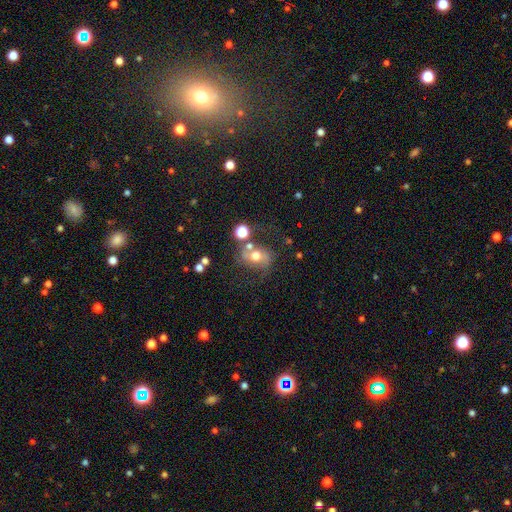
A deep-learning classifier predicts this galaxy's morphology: This is marginally a featured or disk galaxy (43%, tied with smooth). Merging: possibly none (51%).